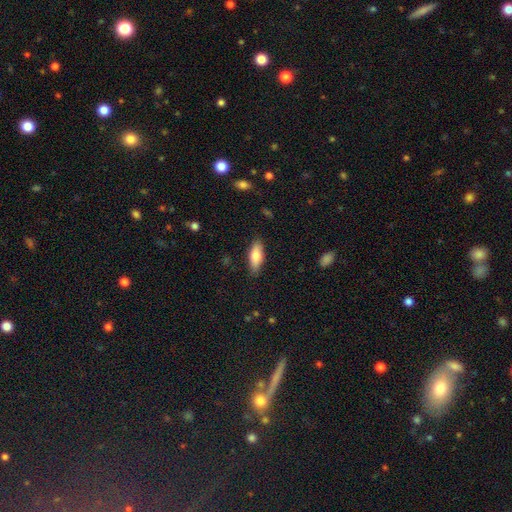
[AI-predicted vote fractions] Q: Smooth or featured?
A: smooth (80%); runner-up: featured or disk (14%)
Q: How rounded?
A: in between (71%); runner-up: cigar-shaped (26%)
Q: Merging?
A: none (84%); runner-up: minor disturbance (12%)